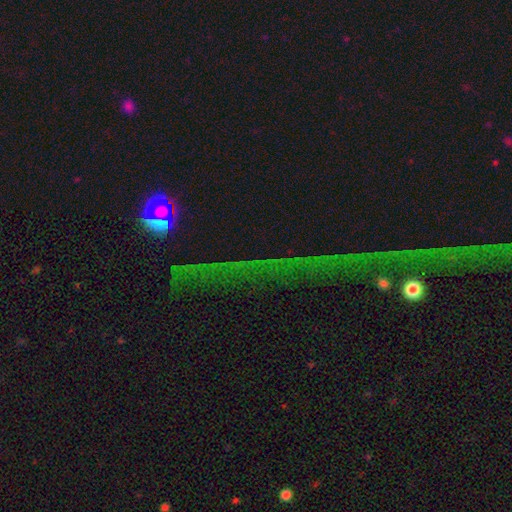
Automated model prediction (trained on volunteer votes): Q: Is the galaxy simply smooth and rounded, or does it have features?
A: star or artifact — 76%.